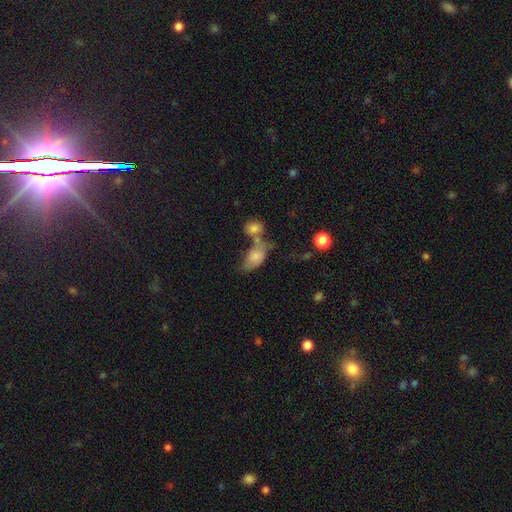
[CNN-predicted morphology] The model was most divided on "merging": merger: 34%, none: 30%, minor disturbance: 22%, major disturbance: 15%. More confident: how rounded — in between (89%); smooth or featured — smooth (70%).